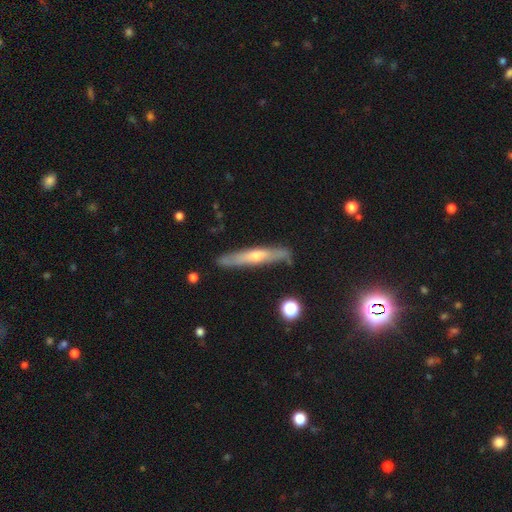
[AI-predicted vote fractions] Smooth or featured?
  - featured or disk: 58% *
  - smooth: 36%
  - star or artifact: 6%
Edge-on disk?
  - yes: 87% *
  - no: 13%
Edge-on bulge?
  - rounded: 71% *
  - none: 23%
  - boxy: 5%
Merging?
  - none: 83% *
  - minor disturbance: 12%
  - major disturbance: 2%
  - merger: 2%